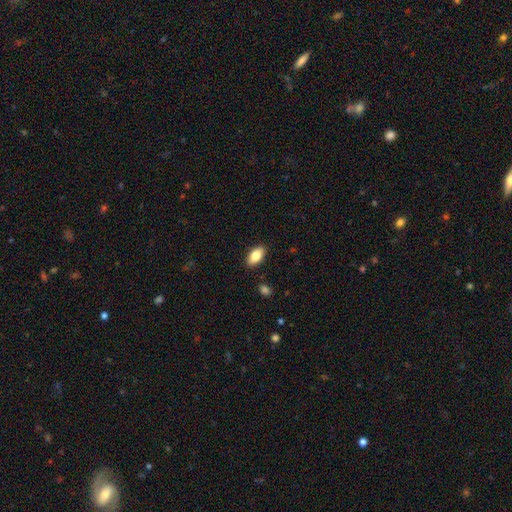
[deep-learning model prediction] Smooth or featured: smooth — 82% (featured or disk — 11%)
How rounded: in between — 92% (cigar-shaped — 4%)
Merging: none — 89% (minor disturbance — 8%)